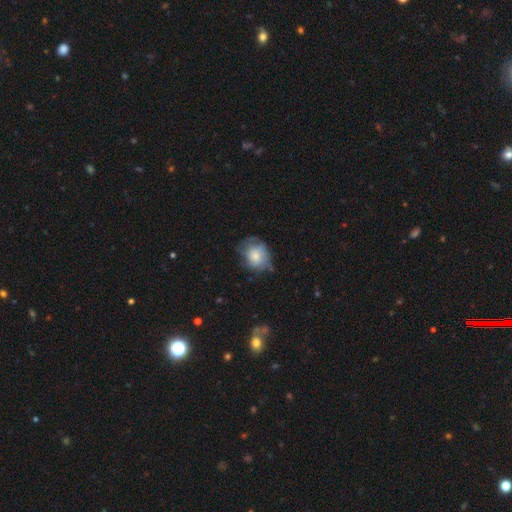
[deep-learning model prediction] Smooth or featured: smooth — 67% (featured or disk — 25%)
How rounded: round — 61% (in between — 38%)
Merging: none — 47% (minor disturbance — 35%)